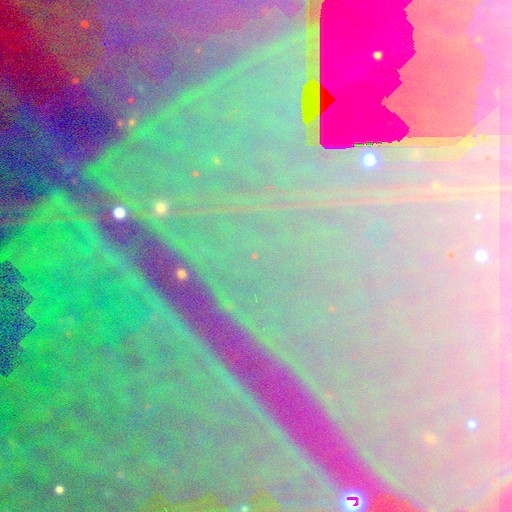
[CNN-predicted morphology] This is clearly a star or artifact rather than a galaxy (88%).